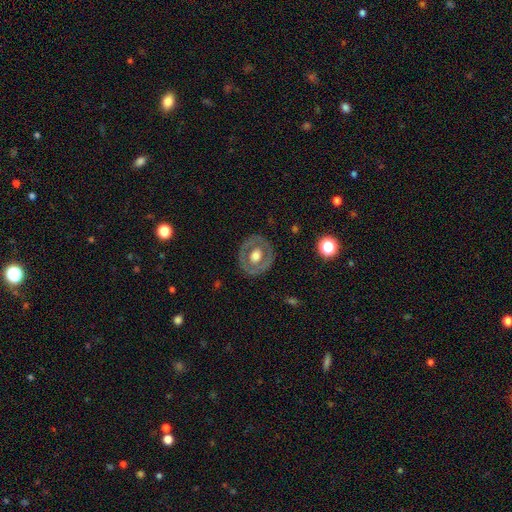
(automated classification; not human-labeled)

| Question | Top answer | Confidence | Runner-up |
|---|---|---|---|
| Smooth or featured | featured or disk | 55% | smooth (39%) |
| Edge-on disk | no | 95% | yes (5%) |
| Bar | no | 83% | weak (13%) |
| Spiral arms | no | 89% | yes (11%) |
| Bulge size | moderate | 48% | large (44%) |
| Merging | none | 82% | minor disturbance (12%) |